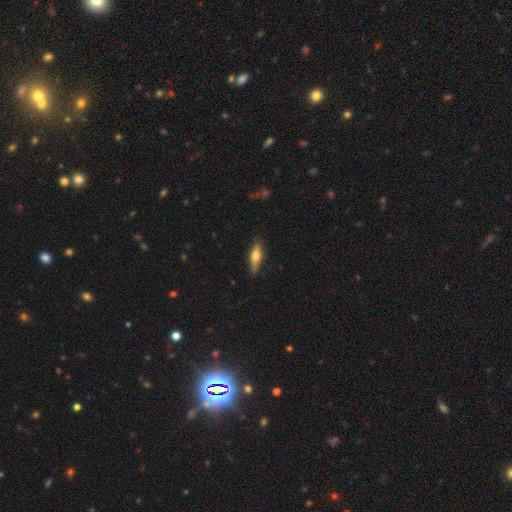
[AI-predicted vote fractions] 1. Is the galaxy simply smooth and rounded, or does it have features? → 60% smooth, 34% featured or disk, 6% star or artifact.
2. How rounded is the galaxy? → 62% cigar-shaped, 36% in between, 2% round.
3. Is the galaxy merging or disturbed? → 83% none, 13% minor disturbance, 2% major disturbance, 1% merger.